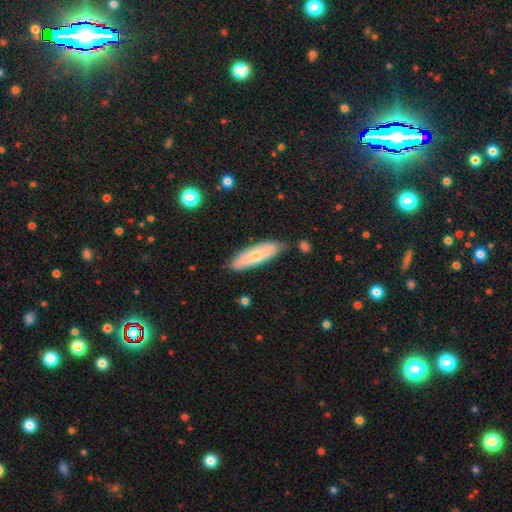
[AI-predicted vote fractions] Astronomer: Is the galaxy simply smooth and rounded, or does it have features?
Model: smooth — 60%.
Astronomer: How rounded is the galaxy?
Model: cigar-shaped — 61% (runner-up: in between, 38%).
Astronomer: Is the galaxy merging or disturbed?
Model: none — 81%.